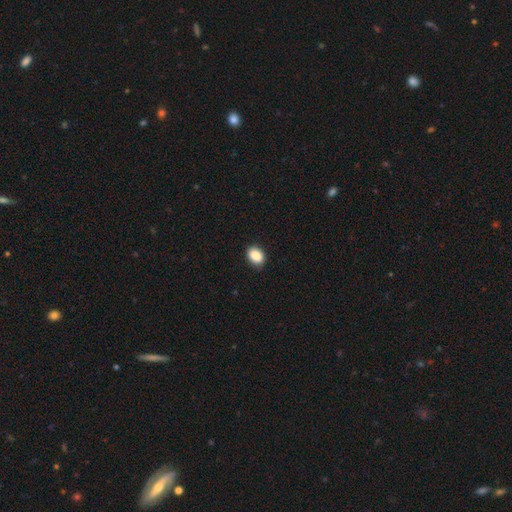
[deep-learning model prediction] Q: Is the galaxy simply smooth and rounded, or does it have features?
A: smooth — 90%.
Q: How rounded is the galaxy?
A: in between — 74%.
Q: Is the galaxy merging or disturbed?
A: none — 88%.